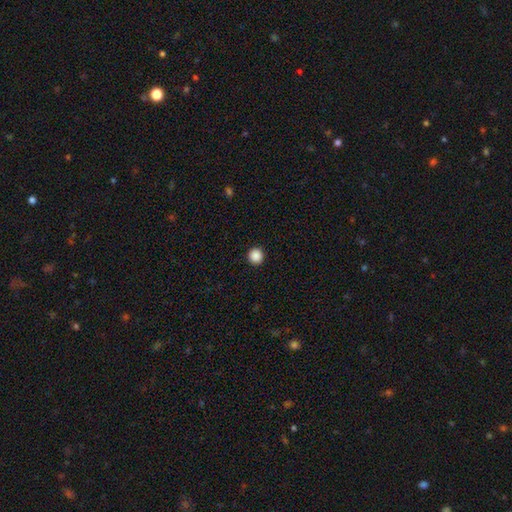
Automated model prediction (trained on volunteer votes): Smooth or featured: smooth — 88% (star or artifact — 10%)
How rounded: round — 94% (in between — 5%)
Merging: none — 93% (minor disturbance — 4%)